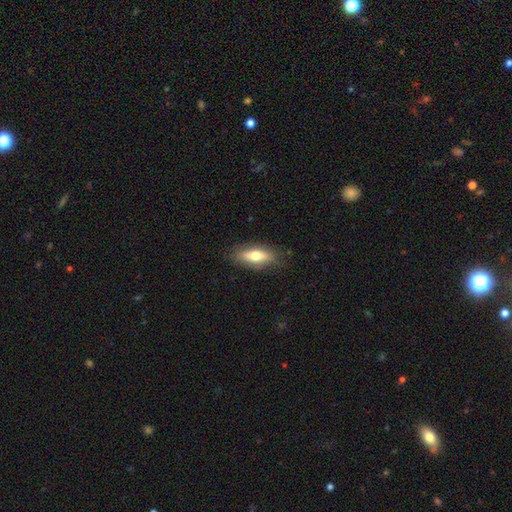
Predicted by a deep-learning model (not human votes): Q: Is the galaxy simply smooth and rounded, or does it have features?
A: smooth — 61%.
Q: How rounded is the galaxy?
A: in between — 63%.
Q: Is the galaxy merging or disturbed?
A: none — 84%.